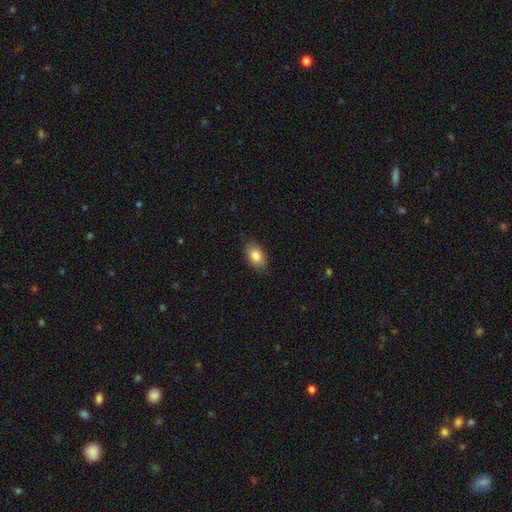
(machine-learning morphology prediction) smooth 85%, featured or disk 8%, star or artifact 7%. Down the decision tree: how rounded — in between (92%); merging — none (86%).